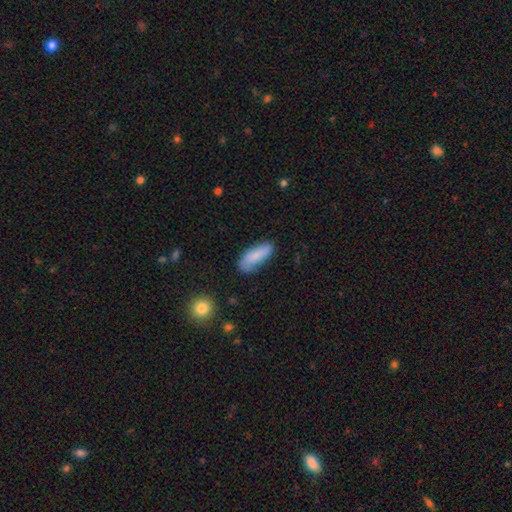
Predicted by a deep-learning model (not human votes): smooth 82%, featured or disk 12%, star or artifact 6%. Down the decision tree: how rounded — in between (67%); merging — none (72%).